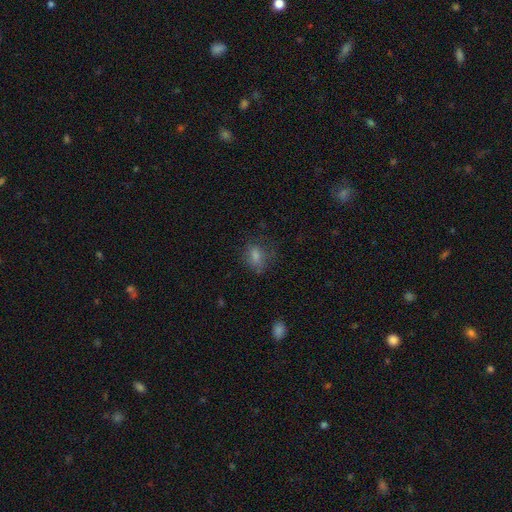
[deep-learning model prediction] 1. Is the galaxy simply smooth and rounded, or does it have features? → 76% smooth, 13% star or artifact, 10% featured or disk.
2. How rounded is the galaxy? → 64% in between, 33% round, 3% cigar-shaped.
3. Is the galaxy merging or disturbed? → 64% none, 21% minor disturbance, 12% major disturbance, 2% merger.